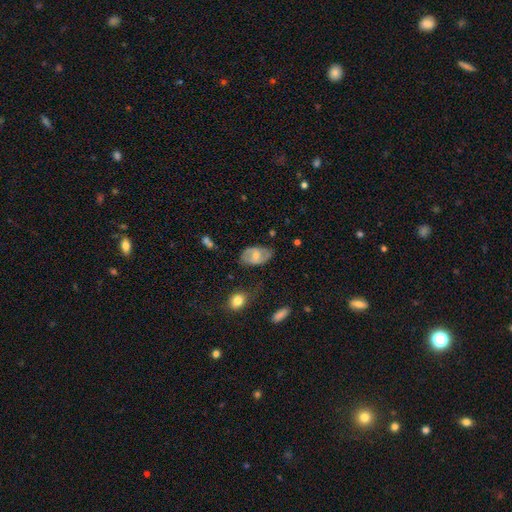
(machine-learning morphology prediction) A featured or disk galaxy (53%) with no bar (43%), spiral arms (63%) and a small central bulge (47%). Merging: none (66%).